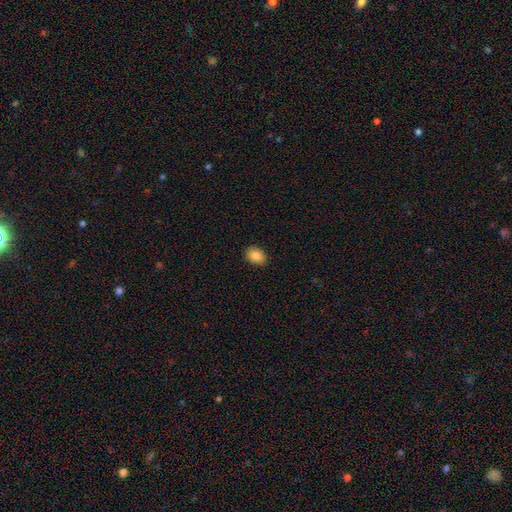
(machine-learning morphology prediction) Q: Smooth or featured?
A: smooth (85%); runner-up: star or artifact (9%)
Q: How rounded?
A: in between (63%); runner-up: round (36%)
Q: Merging?
A: none (89%); runner-up: minor disturbance (8%)